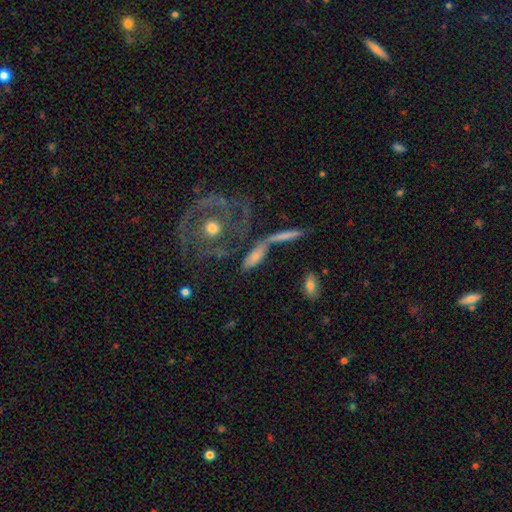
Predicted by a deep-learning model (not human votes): The model was most divided on "smooth or featured": featured or disk: 53%, smooth: 35%, star or artifact: 12%. More confident: edge-on disk — no (70%); merging — none (50%).